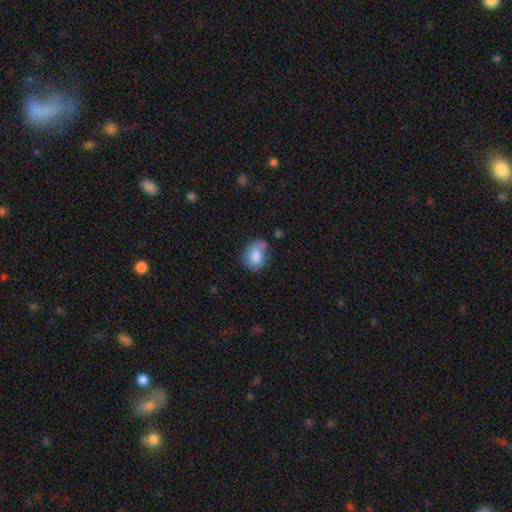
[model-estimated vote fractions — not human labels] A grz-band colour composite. It shows a smooth galaxy with no disk features (78%) that is in between round and cigar-shaped (69%). Merging: none (46%).